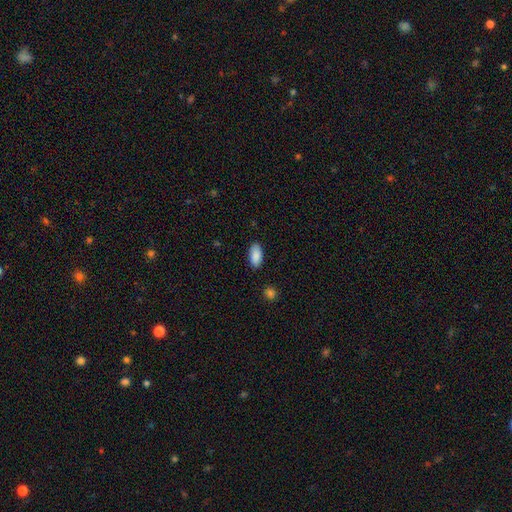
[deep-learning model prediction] A smooth galaxy with no disk features (89%) that is in between round and cigar-shaped (92%).

Vote fractions:
- Smooth or featured? smooth: 89% / star or artifact: 6% / featured or disk: 5%
- How rounded? in between: 92% / cigar-shaped: 6% / round: 2%
- Merging? none: 87% / minor disturbance: 9% / major disturbance: 2% / merger: 1%